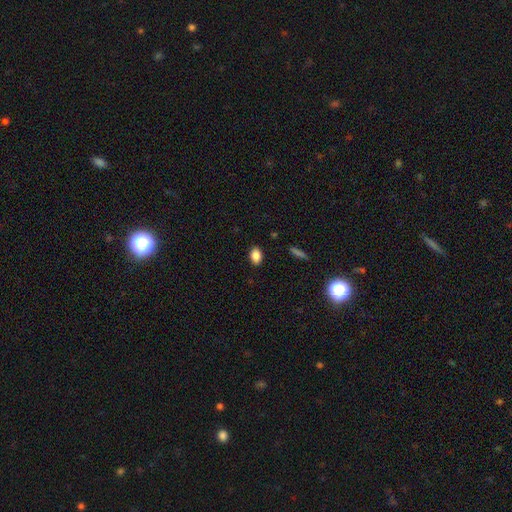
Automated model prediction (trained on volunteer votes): smooth_or_featured: smooth (p=0.86) [alt: star or artifact p=0.09]
how_rounded: in between (p=0.82) [alt: round p=0.16]
merging: none (p=0.88) [alt: minor disturbance p=0.09]